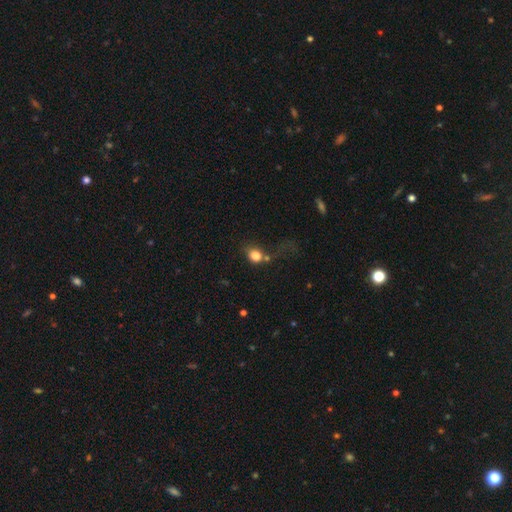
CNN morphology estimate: The model was most divided on "merging": none: 40%, major disturbance: 26%, minor disturbance: 17%, merger: 16%. More confident: smooth or featured — smooth (79%); how rounded — round (68%).